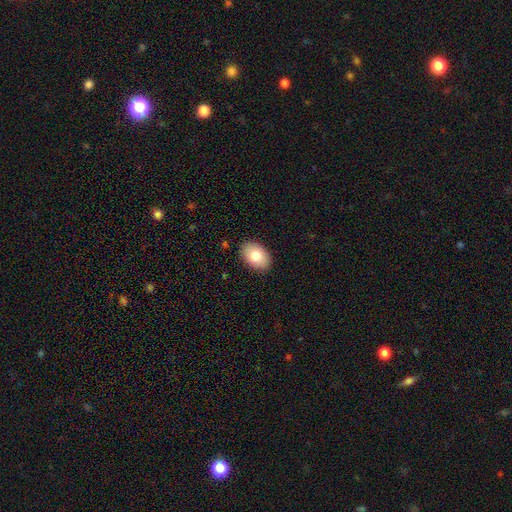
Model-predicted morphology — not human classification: Smooth or featured? smooth (79%)
How rounded? in between (88%)
Merging? none (88%)